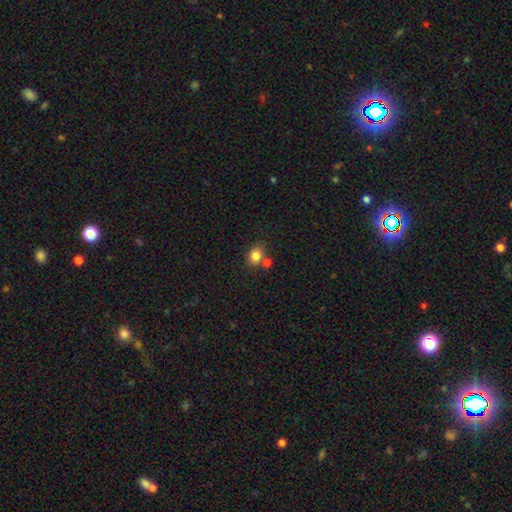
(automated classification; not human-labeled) Q: Smooth or featured?
A: smooth (83%); runner-up: star or artifact (11%)
Q: How rounded?
A: round (55%); runner-up: in between (44%)
Q: Merging?
A: none (66%); runner-up: merger (20%)